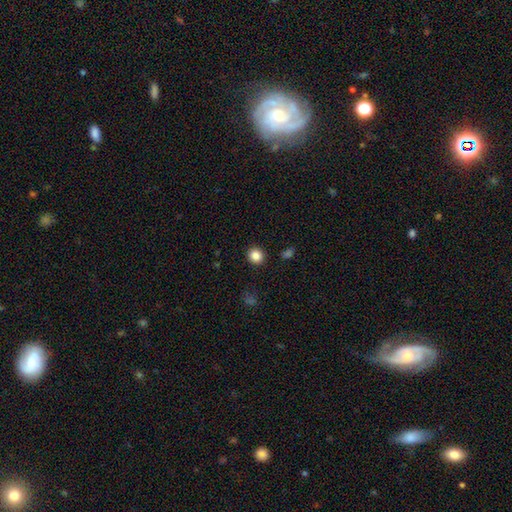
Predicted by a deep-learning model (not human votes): Smooth or featured? Predicted: smooth (p=0.85). How rounded? Predicted: round (p=0.88). Merging? Predicted: none (p=0.91).